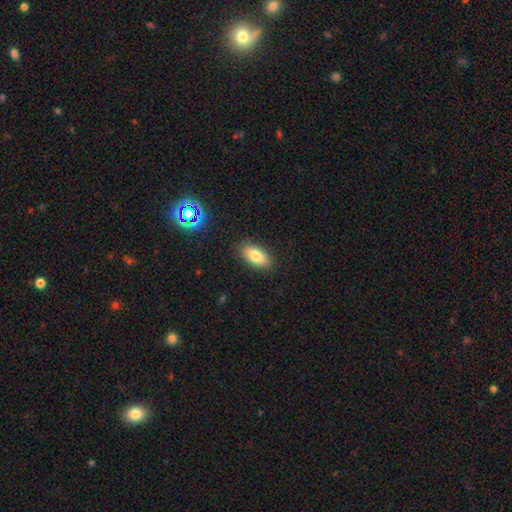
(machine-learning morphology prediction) smooth 81%, featured or disk 11%, star or artifact 8%. Down the decision tree: how rounded — in between (88%); merging — none (87%).